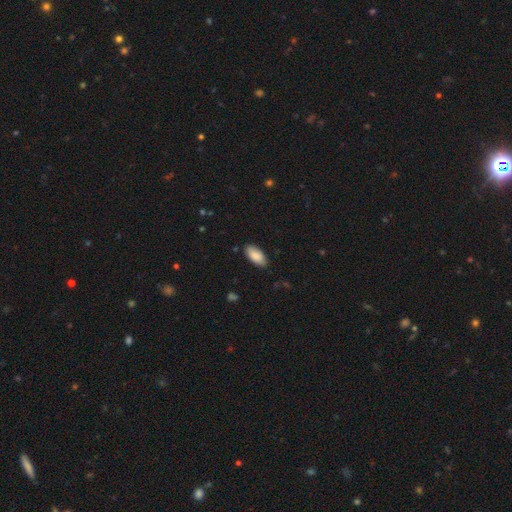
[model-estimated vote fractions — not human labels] A smooth galaxy with no disk features (89%) that is in between round and cigar-shaped (93%). Merging: none (86%).